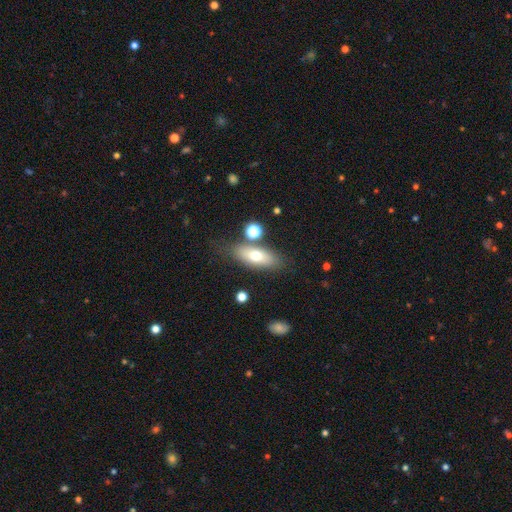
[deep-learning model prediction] A smooth galaxy with no disk features (66%) that is in between round and cigar-shaped (70%). Merging: none (75%).